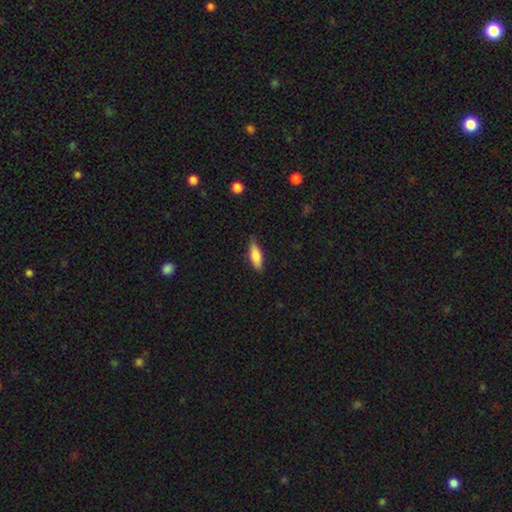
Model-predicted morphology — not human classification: A smooth galaxy with no disk features (78%) that is in between round and cigar-shaped (60%). Merging: none (79%).